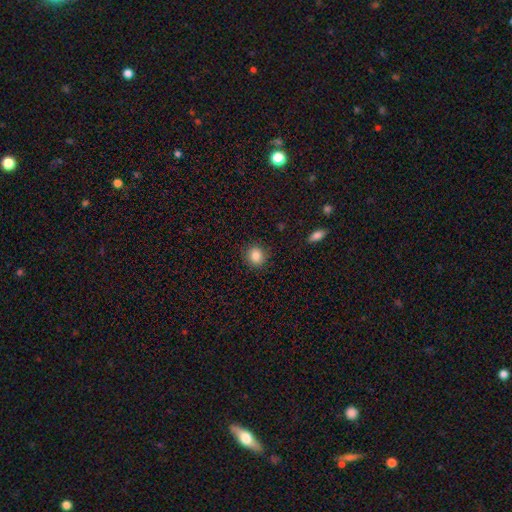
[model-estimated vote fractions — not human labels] This appears to be a smooth galaxy with no disk features (86%) that is round (80%). Merging: none (88%).